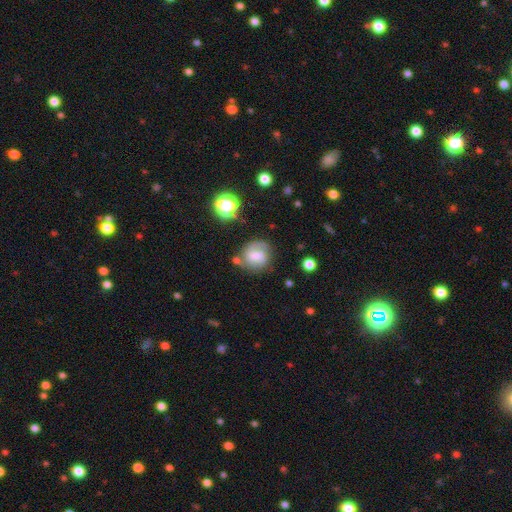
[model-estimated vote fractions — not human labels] Overall: featured or disk (44%, tied with smooth). Merging: none (63%).